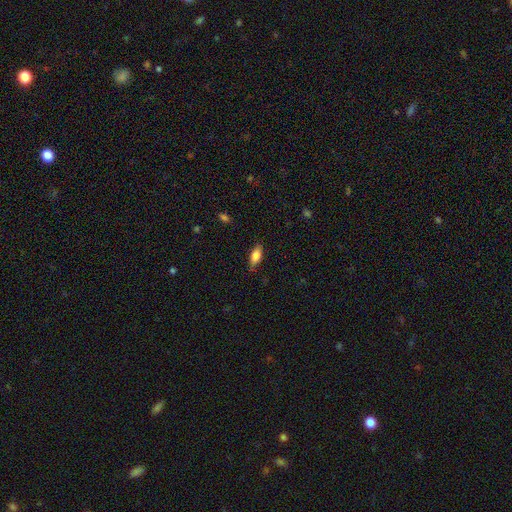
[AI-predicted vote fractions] Q: Smooth or featured?
A: smooth (81%); runner-up: featured or disk (12%)
Q: How rounded?
A: in between (83%); runner-up: cigar-shaped (14%)
Q: Merging?
A: none (83%); runner-up: minor disturbance (13%)